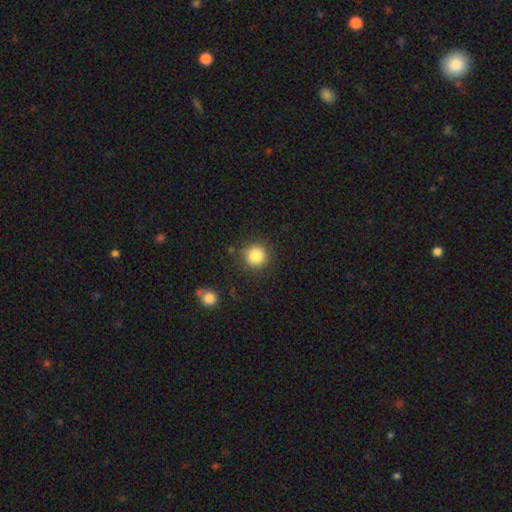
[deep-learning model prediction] Overall: smooth (85%). How rounded: round (94%). Merging: none (87%).